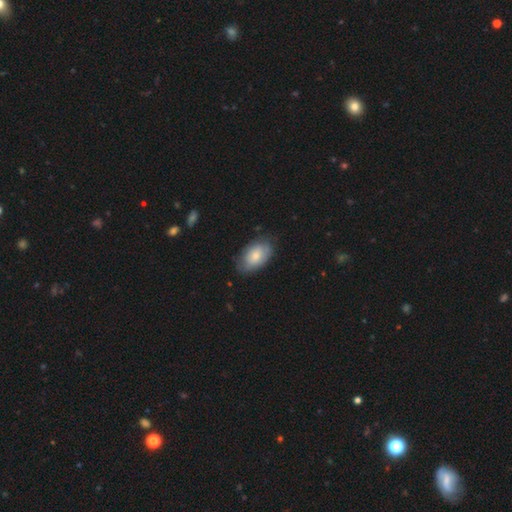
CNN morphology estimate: smooth 71%, featured or disk 23%, star or artifact 6%. Down the decision tree: how rounded — in between (92%); merging — none (73%).